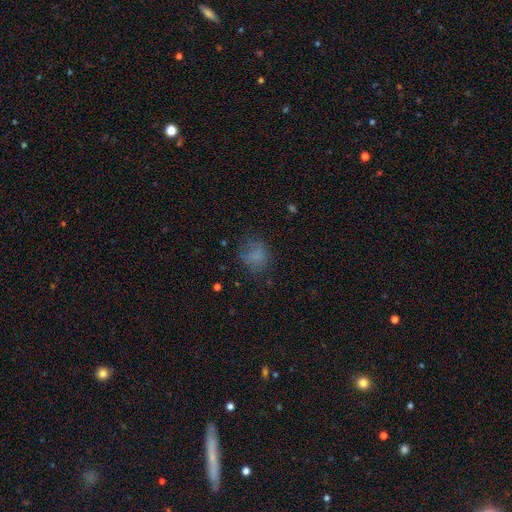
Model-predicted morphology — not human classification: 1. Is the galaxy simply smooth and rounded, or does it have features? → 70% smooth, 16% star or artifact, 14% featured or disk.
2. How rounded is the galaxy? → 69% round, 30% in between, 1% cigar-shaped.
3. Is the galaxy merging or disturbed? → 64% none, 20% minor disturbance, 15% major disturbance, 2% merger.